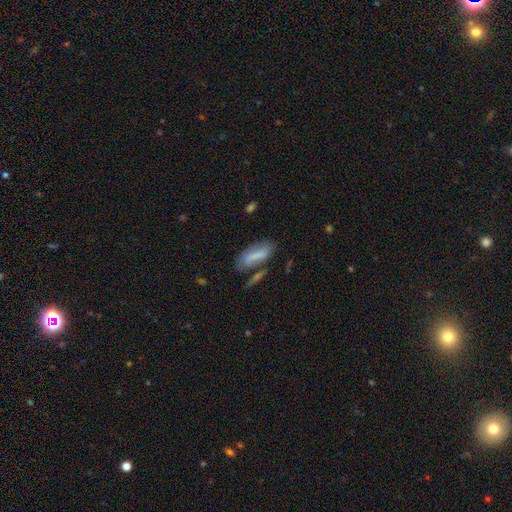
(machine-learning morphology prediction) smooth 65%, featured or disk 27%, star or artifact 8%. Down the decision tree: how rounded — in between (67%); merging — none (53%).